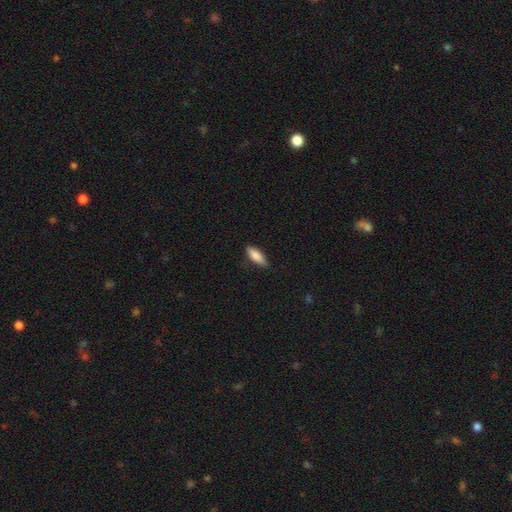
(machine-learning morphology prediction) Smooth or featured? Predicted: smooth (p=0.86). How rounded? Predicted: in between (p=0.66). Merging? Predicted: none (p=0.81).